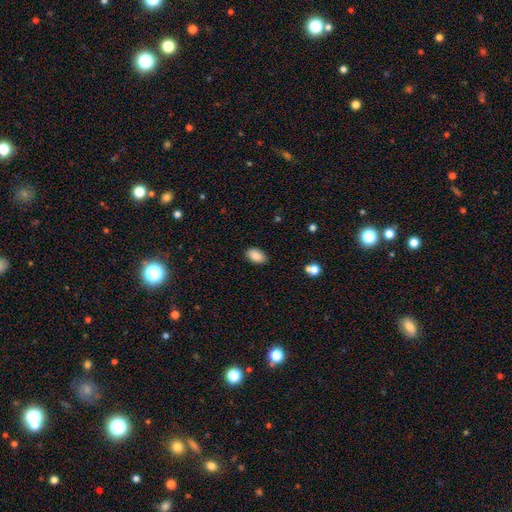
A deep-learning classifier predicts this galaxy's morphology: Overall: smooth (88%). How rounded: in between (92%). Merging: none (85%).